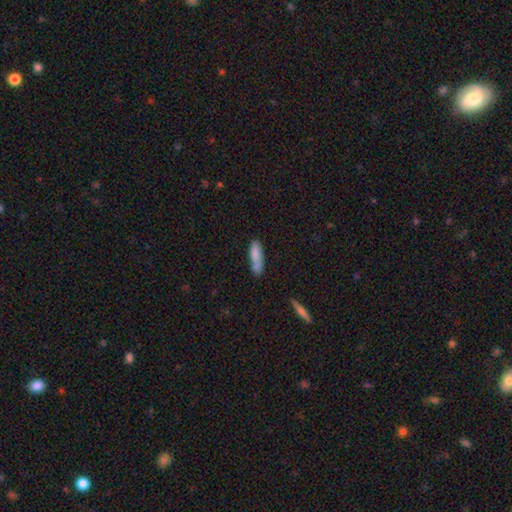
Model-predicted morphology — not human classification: Overall: smooth (81%). How rounded: cigar-shaped (62%; in between 36%). Merging: none (62%; minor disturbance 23%).